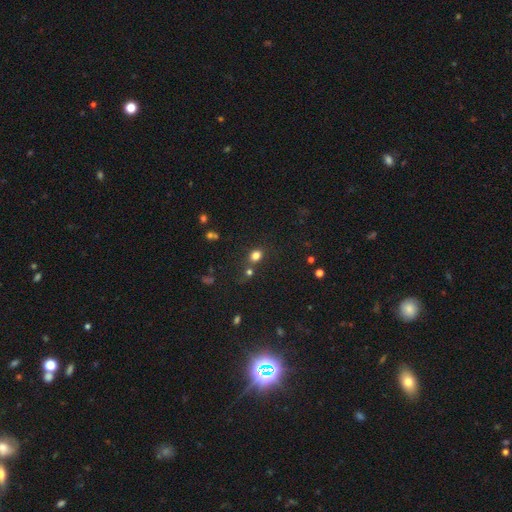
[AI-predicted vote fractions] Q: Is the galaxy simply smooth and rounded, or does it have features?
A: smooth — 77%.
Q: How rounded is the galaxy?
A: round — 61%.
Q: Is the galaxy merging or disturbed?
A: none — 66%.